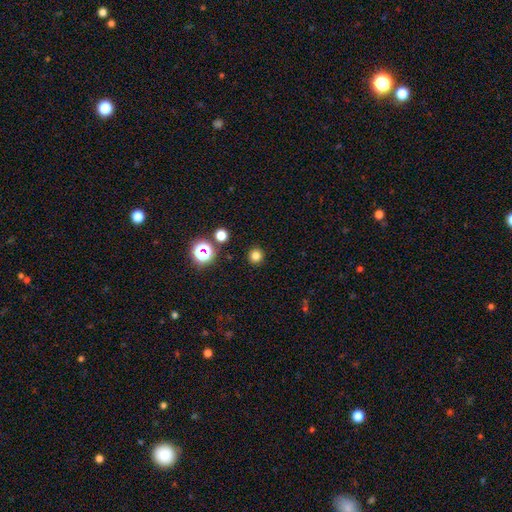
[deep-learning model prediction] smooth 78%, star or artifact 17%, featured or disk 4%. Down the decision tree: how rounded — round (95%); merging — none (91%).